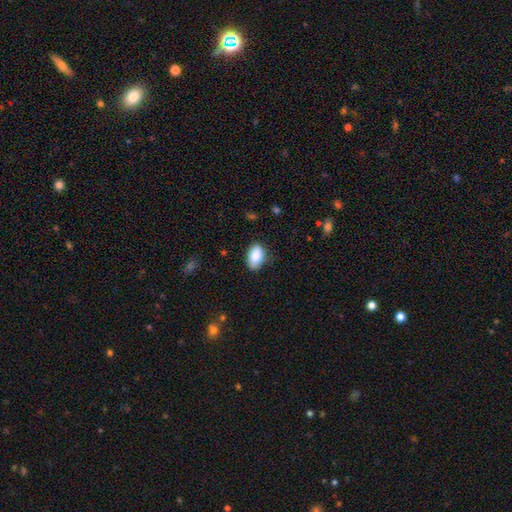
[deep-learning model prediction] Smooth or featured?
  - smooth: 85% *
  - featured or disk: 8%
  - star or artifact: 7%
How rounded?
  - in between: 91% *
  - round: 8%
  - cigar-shaped: 1%
Merging?
  - none: 80% *
  - minor disturbance: 16%
  - major disturbance: 3%
  - merger: 1%